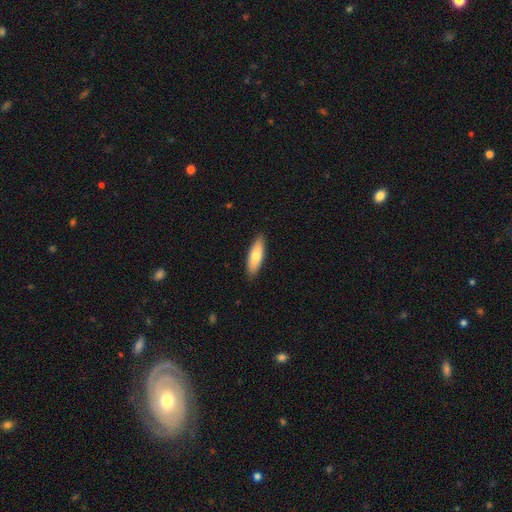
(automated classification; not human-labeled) smooth-or-featured: smooth: 73% | featured or disk: 22% | star or artifact: 5%
  how-rounded: in between: 52% | cigar-shaped: 46% | round: 2%
  merging: none: 89% | minor disturbance: 9% | major disturbance: 2% | merger: 1%